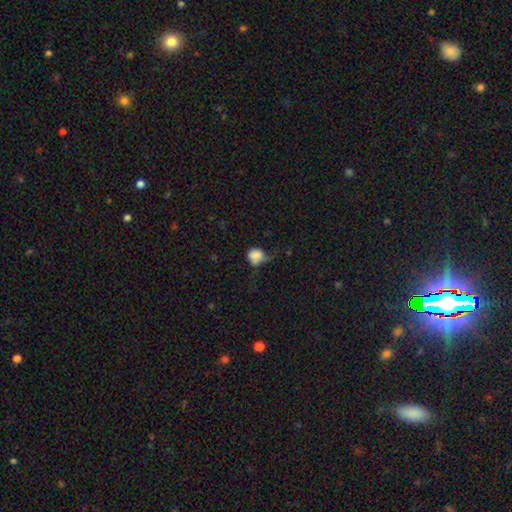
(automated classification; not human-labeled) smooth 81%, featured or disk 10%, star or artifact 9%. Down the decision tree: how rounded — round (73%); merging — minor disturbance (34%).